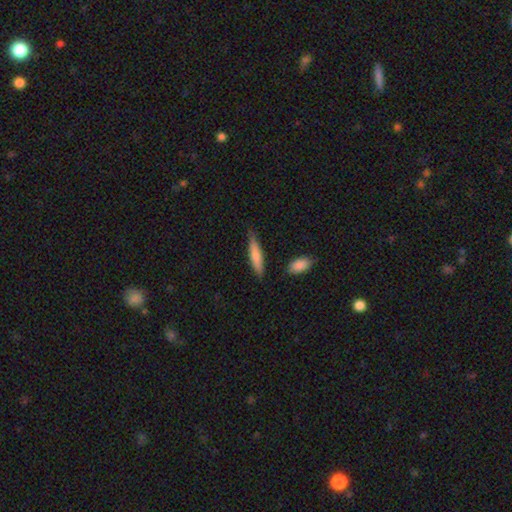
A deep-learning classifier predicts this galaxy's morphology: Overall: smooth (76%). How rounded: cigar-shaped (81%). Merging: none (78%).